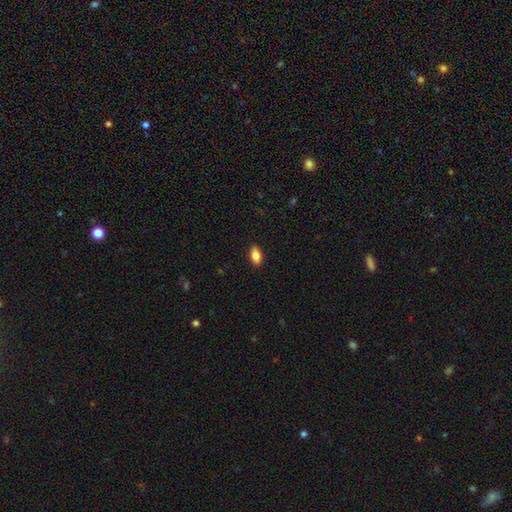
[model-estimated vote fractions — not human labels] This is likely a smooth galaxy (80%). How rounded: clearly in between (88%). Merging: clearly none (88%).